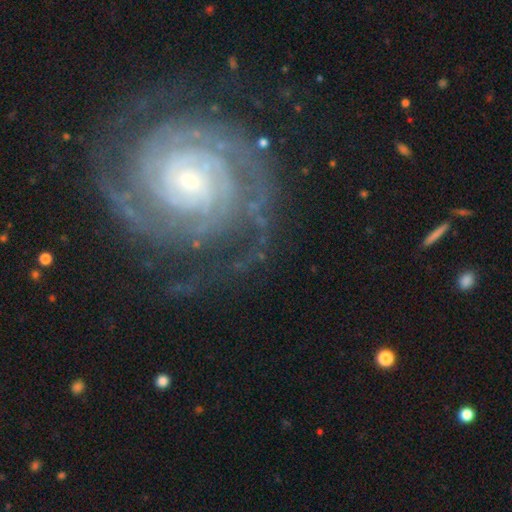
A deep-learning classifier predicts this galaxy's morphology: The model was most divided on "spiral arm count": 2: 37%, 3: 16%, can't tell: 16%, 4: 13%, more than 4: 9%, 1: 7%. More confident: spiral arms — yes (99%); edge-on disk — no (98%); smooth or featured — featured or disk (91%); spiral winding — tight (82%); bulge size — small (77%); merging — none (76%); bar — no (66%).